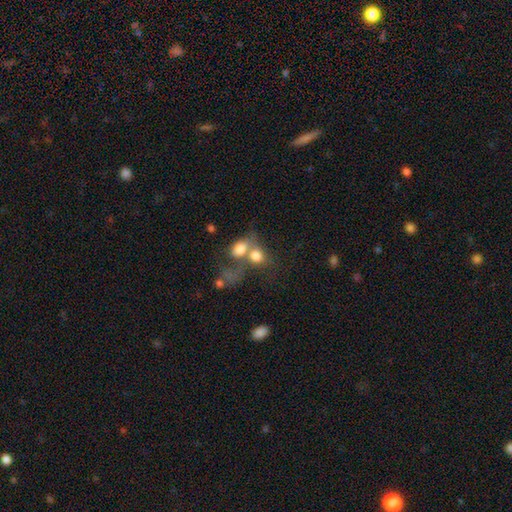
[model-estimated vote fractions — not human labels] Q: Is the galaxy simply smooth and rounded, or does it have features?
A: smooth — 73%.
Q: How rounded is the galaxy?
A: round — 53%.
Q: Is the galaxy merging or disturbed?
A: merger — 65%.